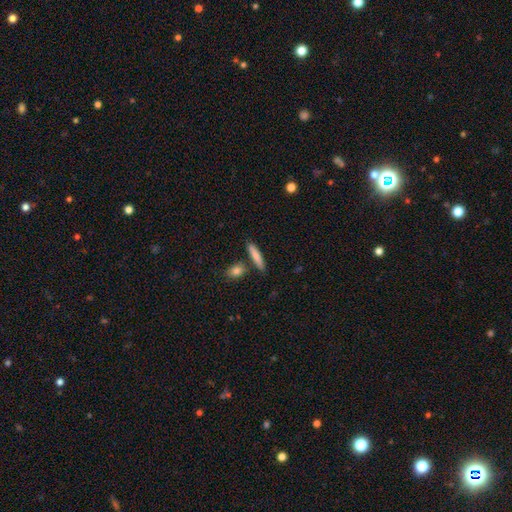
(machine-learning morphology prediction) This appears to be a smooth galaxy with no disk features (78%) that is cigar-shaped (83%). Merging: none (79%).